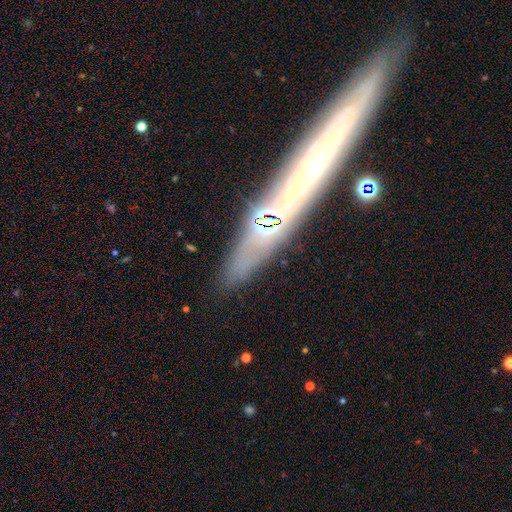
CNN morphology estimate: This is likely a featured or disk galaxy (70%). It is likely viewed edge-on (75%). Edge-on bulge: possibly none (56%). Merging: clearly none (84%).